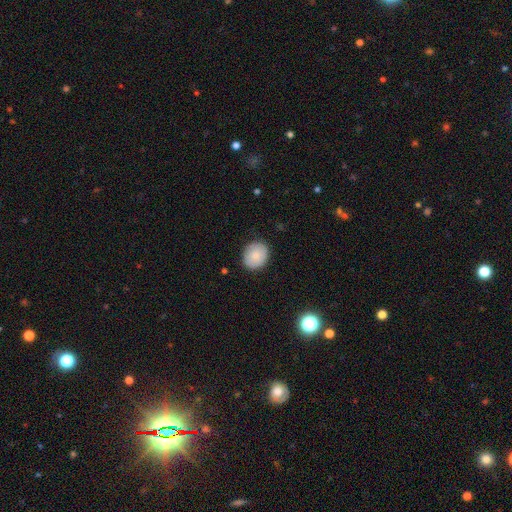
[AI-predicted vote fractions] A smooth galaxy with no disk features (85%) that is round (65%). Merging: none (86%).